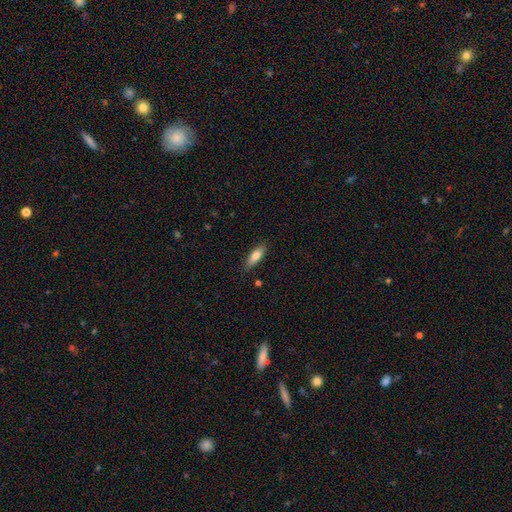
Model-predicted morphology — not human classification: A smooth galaxy with no disk features (75%) that is in between round and cigar-shaped (56%).

Vote fractions:
- Smooth or featured? smooth: 75% / featured or disk: 18% / star or artifact: 6%
- How rounded? in between: 56% / cigar-shaped: 42% / round: 2%
- Merging? none: 84% / minor disturbance: 12% / major disturbance: 2% / merger: 1%